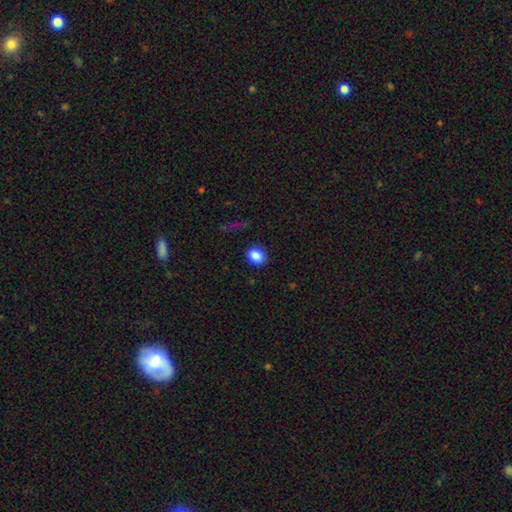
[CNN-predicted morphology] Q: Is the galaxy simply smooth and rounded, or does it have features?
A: smooth — 87%.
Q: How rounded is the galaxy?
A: round — 59%.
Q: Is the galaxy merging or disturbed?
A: none — 85%.